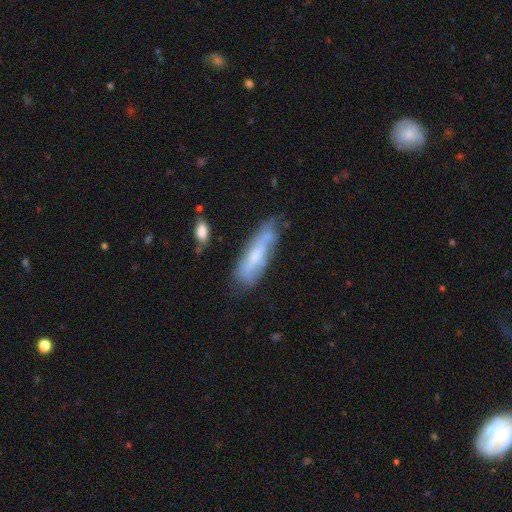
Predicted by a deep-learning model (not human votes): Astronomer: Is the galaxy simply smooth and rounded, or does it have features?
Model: featured or disk — 47% (runner-up: smooth, 45%).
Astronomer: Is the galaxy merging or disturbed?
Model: none — 55%.